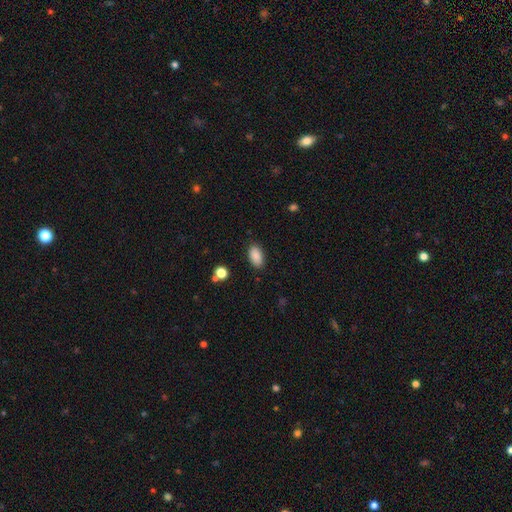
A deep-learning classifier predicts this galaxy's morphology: Smooth or featured? Predicted: smooth (p=0.88). How rounded? Predicted: in between (p=0.93). Merging? Predicted: none (p=0.87).